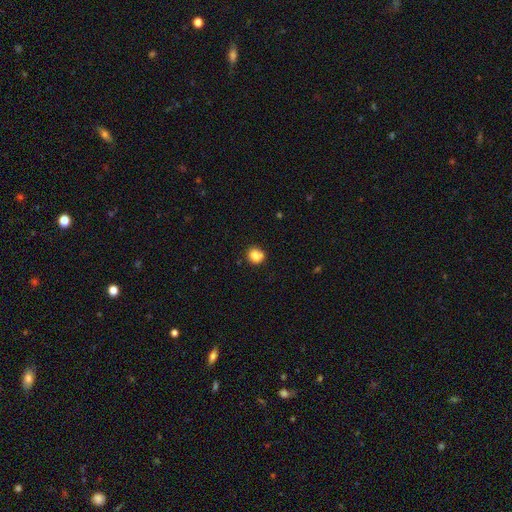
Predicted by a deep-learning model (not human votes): Overall: smooth (82%). How rounded: round (77%). Merging: none (65%).